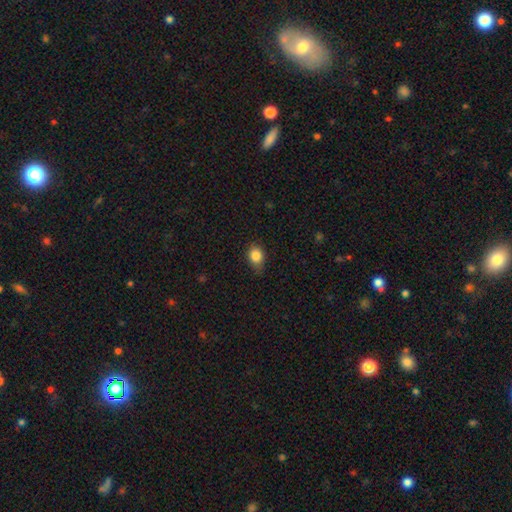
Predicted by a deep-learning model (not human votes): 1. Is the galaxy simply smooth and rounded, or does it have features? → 85% smooth, 9% star or artifact, 6% featured or disk.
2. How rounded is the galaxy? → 53% in between, 45% round, 1% cigar-shaped.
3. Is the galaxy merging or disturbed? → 70% none, 24% minor disturbance, 4% major disturbance, 1% merger.